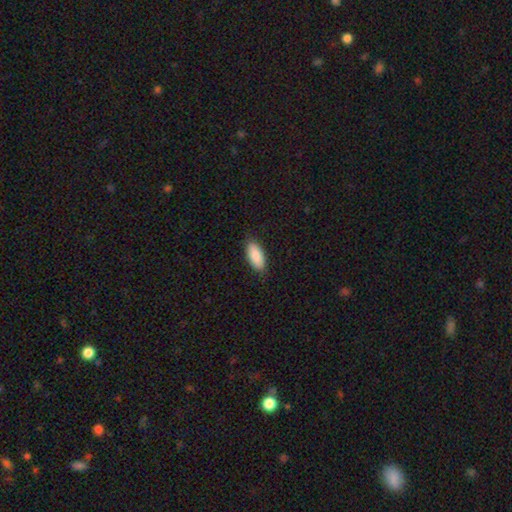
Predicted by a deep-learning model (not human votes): A smooth galaxy with no disk features (87%) that is in between round and cigar-shaped (88%).

Vote fractions:
- Smooth or featured? smooth: 87% / featured or disk: 7% / star or artifact: 6%
- How rounded? in between: 88% / cigar-shaped: 10% / round: 2%
- Merging? none: 86% / minor disturbance: 11% / major disturbance: 2% / merger: 1%